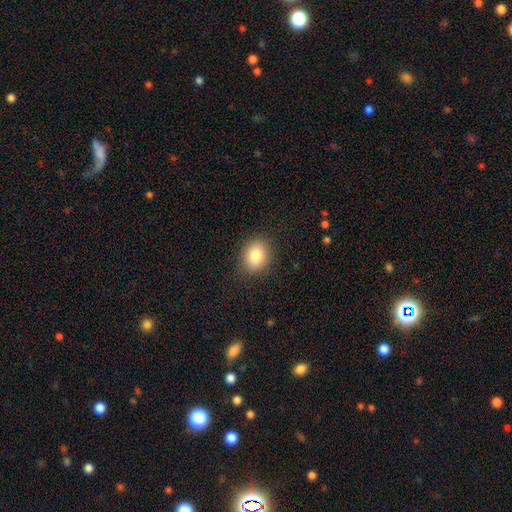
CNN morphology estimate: A smooth galaxy with no disk features (83%) that is round (50%).

Vote fractions:
- Smooth or featured? smooth: 83% / star or artifact: 9% / featured or disk: 7%
- How rounded? round: 50% / in between: 49% / cigar-shaped: 1%
- Merging? none: 87% / minor disturbance: 9% / major disturbance: 3% / merger: 1%